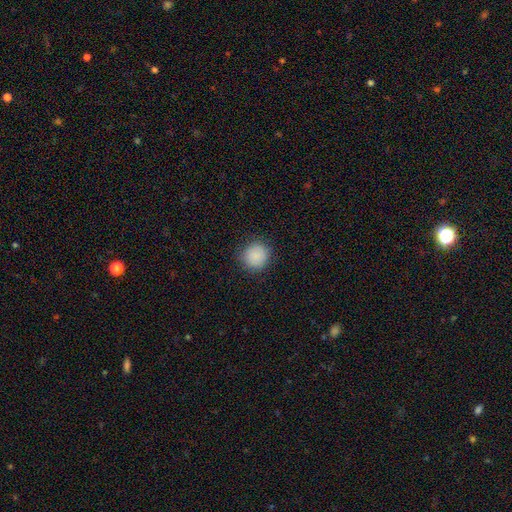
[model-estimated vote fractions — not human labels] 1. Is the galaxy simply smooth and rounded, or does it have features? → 88% smooth, 8% star or artifact, 4% featured or disk.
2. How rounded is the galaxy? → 90% round, 9% in between, 1% cigar-shaped.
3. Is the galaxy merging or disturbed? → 88% none, 9% minor disturbance, 3% major disturbance, 1% merger.